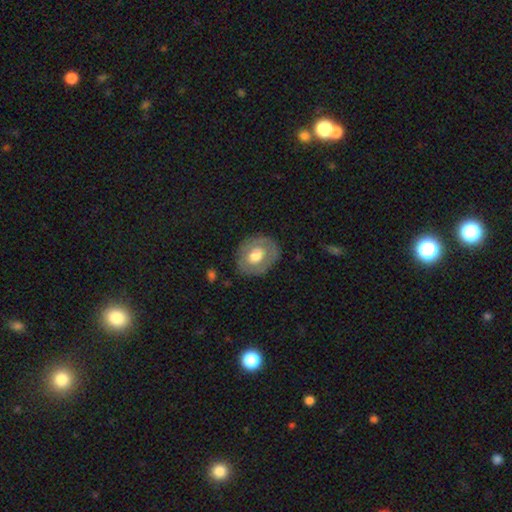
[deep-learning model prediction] This is possibly a smooth galaxy (52%). How rounded: possibly round (50%). Merging: clearly none (80%).